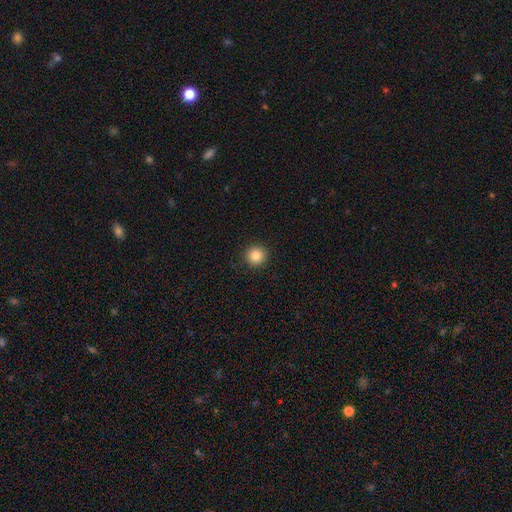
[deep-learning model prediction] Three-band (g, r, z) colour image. It shows a smooth galaxy with no disk features (85%) that is round (95%). Merging: none (92%).